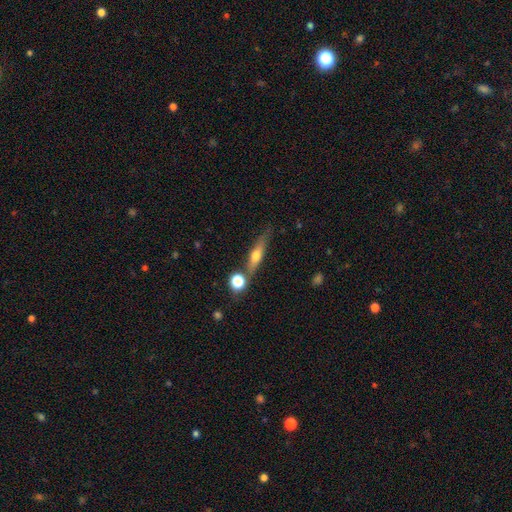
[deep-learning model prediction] Morphology: type=featured or disk (50%); merging=none (70%).